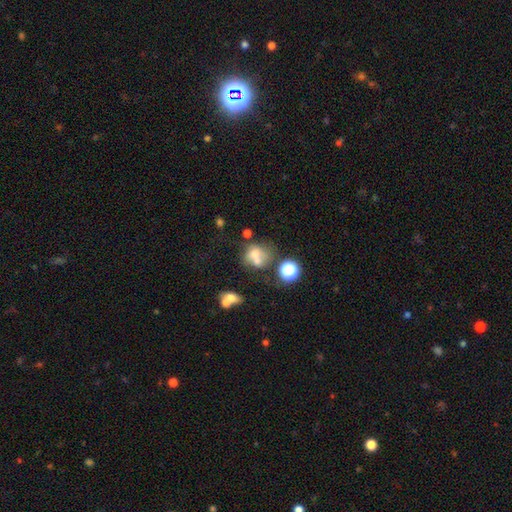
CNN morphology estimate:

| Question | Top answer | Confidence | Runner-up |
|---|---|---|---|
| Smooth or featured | smooth | 60% | featured or disk (24%) |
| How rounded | round | 56% | in between (42%) |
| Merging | merger | 37% | none (32%) |